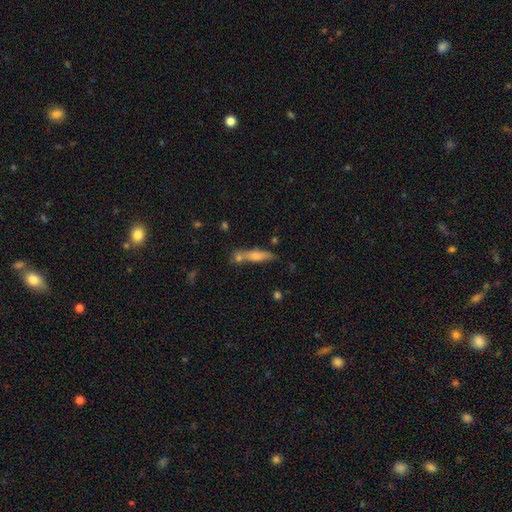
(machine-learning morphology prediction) Smooth or featured: smooth — 63% (featured or disk — 29%)
How rounded: cigar-shaped — 78% (in between — 19%)
Merging: none — 60% (merger — 20%)